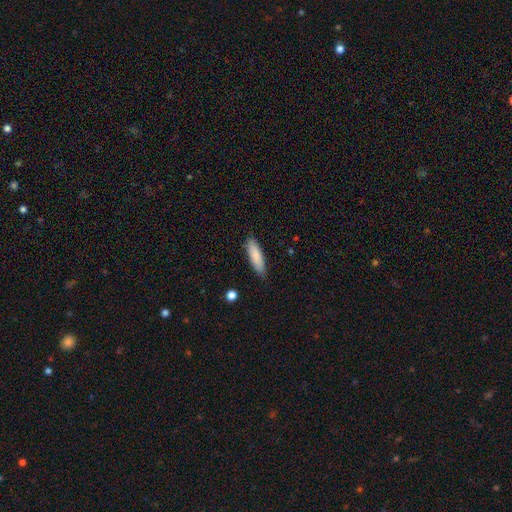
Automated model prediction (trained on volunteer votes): Overall: smooth (84%). How rounded: cigar-shaped (59%; in between 39%). Merging: none (86%).